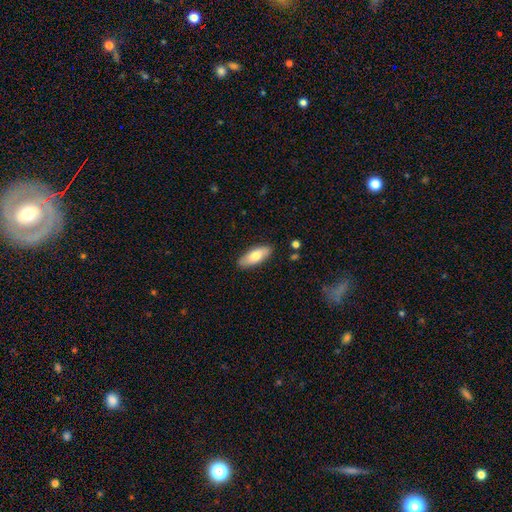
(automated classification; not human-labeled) Smooth or featured? smooth (73%)
How rounded? in between (74%)
Merging? none (87%)